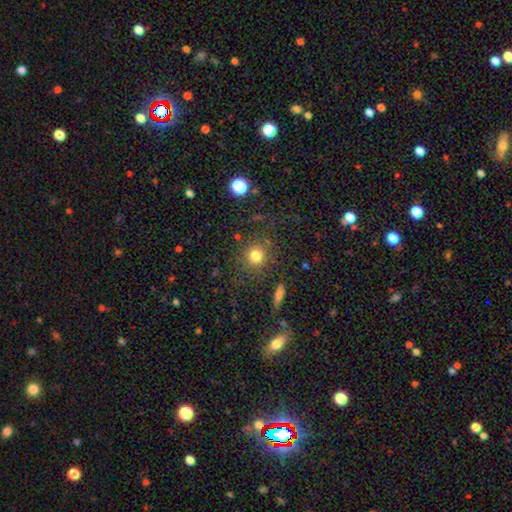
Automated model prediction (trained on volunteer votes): The model was most divided on "smooth or featured": smooth: 78%, star or artifact: 14%, featured or disk: 8%. More confident: how rounded — round (88%); merging — none (81%).